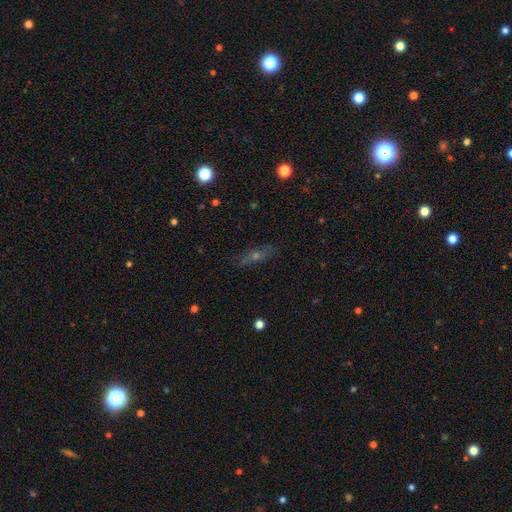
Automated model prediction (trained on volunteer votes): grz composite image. It shows a featured or disk galaxy (49%). Merging: none (83%).